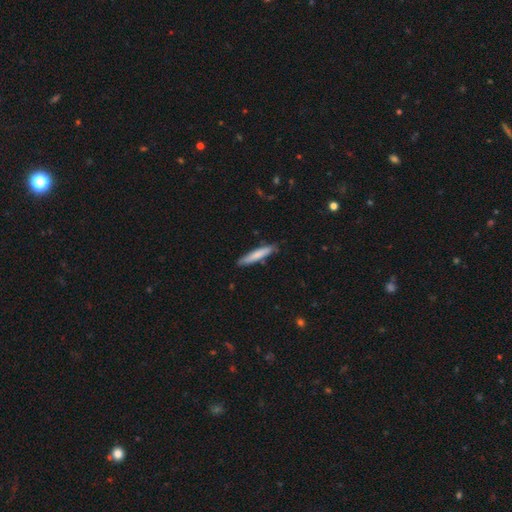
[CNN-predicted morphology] The model was most divided on "smooth or featured": smooth: 72%, featured or disk: 23%, star or artifact: 5%. More confident: how rounded — cigar-shaped (92%); merging — none (84%).